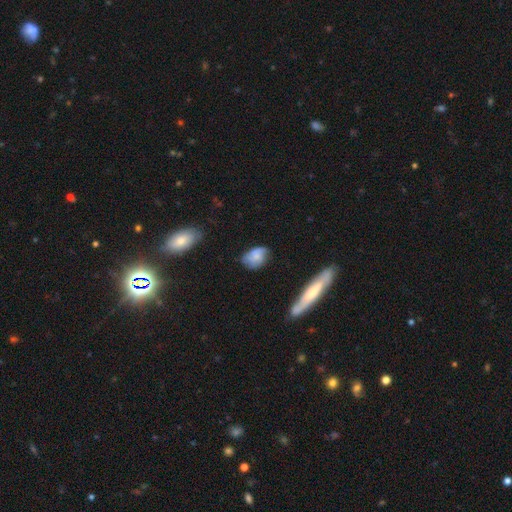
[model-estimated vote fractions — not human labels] smooth-or-featured: smooth: 61% | featured or disk: 30% | star or artifact: 8%
  how-rounded: in between: 75% | round: 22% | cigar-shaped: 3%
  merging: none: 57% | minor disturbance: 31% | major disturbance: 9% | merger: 3%